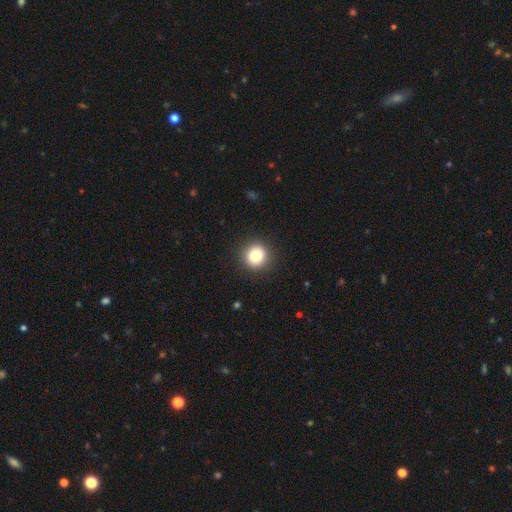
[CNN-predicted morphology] Smooth or featured? Predicted: smooth (p=0.82). How rounded? Predicted: round (p=0.92). Merging? Predicted: none (p=0.91).